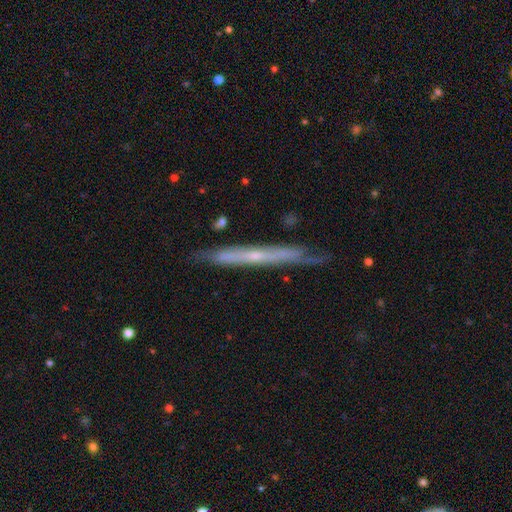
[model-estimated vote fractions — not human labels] This is likely a featured or disk galaxy (67%). It is clearly viewed edge-on (92%). Edge-on bulge: likely none (62%). Merging: likely none (76%).